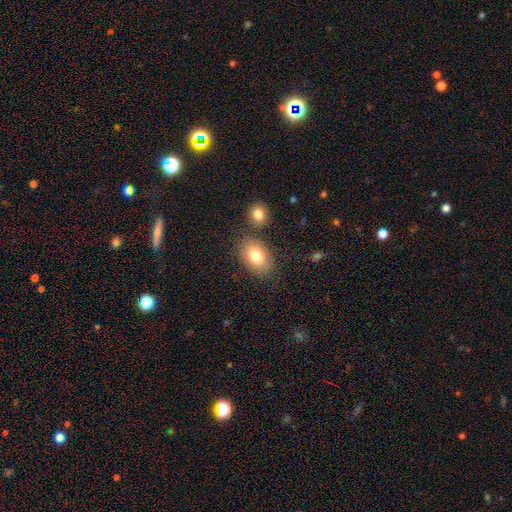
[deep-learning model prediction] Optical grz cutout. It shows a smooth galaxy with no disk features (80%) that is in between round and cigar-shaped (85%). Merging: none (73%).